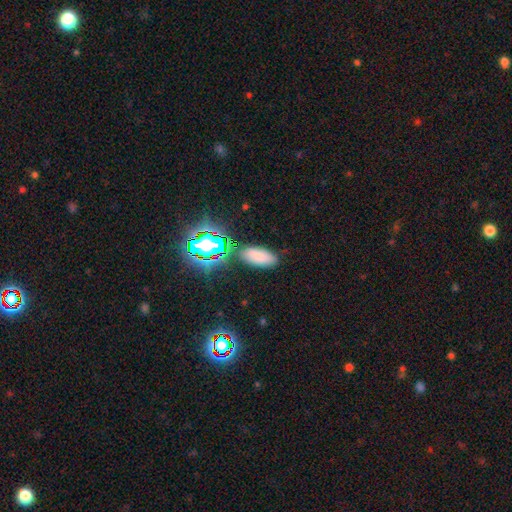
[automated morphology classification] A smooth galaxy with no disk features (75%) that is in between round and cigar-shaped (87%).

Vote fractions:
- Smooth or featured? smooth: 75% / star or artifact: 18% / featured or disk: 7%
- How rounded? in between: 87% / cigar-shaped: 10% / round: 3%
- Merging? none: 83% / minor disturbance: 10% / merger: 3% / major disturbance: 3%